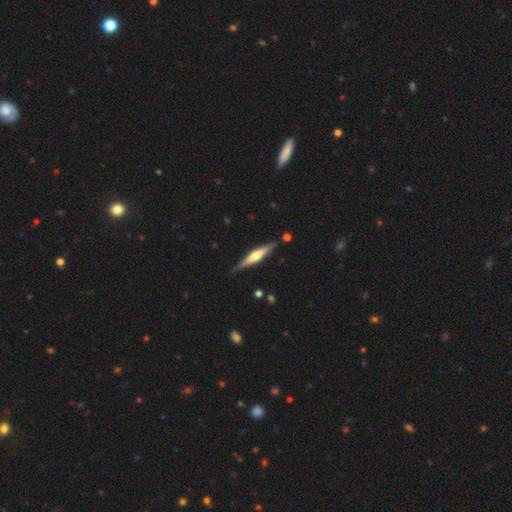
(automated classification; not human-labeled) Morphology: type=featured or disk (61%); edge-on=yes (96%); edge-on bulge=rounded (83%); merging=none (85%).